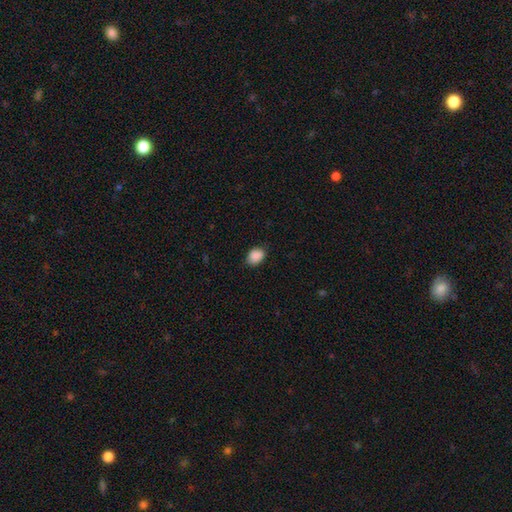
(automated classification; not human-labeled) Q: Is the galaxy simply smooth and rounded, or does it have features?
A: smooth — 89%.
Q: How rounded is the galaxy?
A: in between — 71%.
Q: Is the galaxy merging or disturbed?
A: none — 79%.